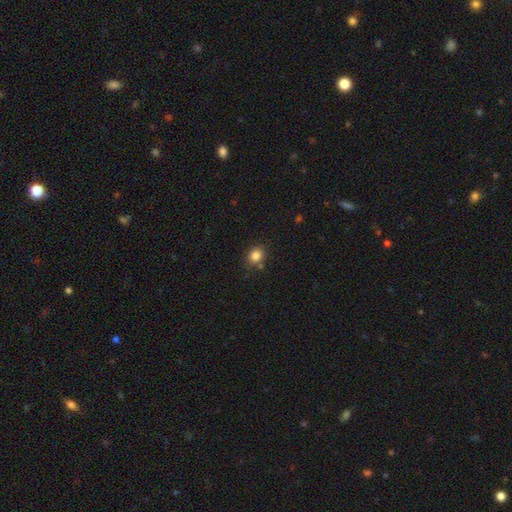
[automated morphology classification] Smooth or featured? smooth (83%)
How rounded? round (70%)
Merging? none (78%)